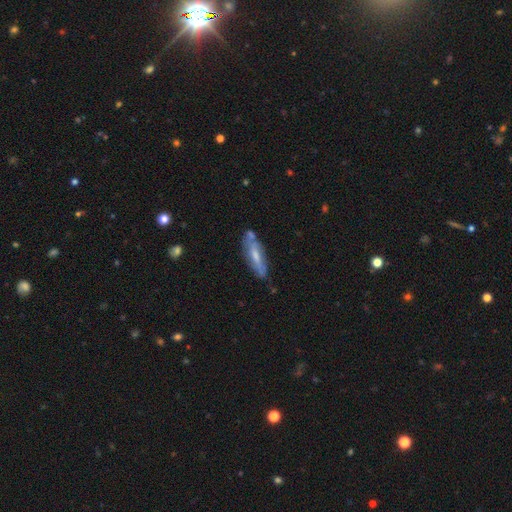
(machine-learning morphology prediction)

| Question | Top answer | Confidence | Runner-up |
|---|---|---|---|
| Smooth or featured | featured or disk | 50% | smooth (43%) |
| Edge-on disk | no | 58% | yes (42%) |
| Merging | none | 62% | minor disturbance (23%) |